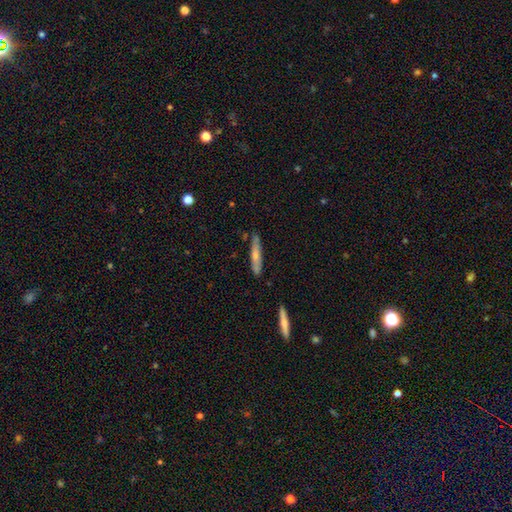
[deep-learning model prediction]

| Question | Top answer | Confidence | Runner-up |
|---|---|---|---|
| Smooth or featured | smooth | 55% | featured or disk (38%) |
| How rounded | cigar-shaped | 90% | in between (8%) |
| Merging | none | 80% | minor disturbance (15%) |